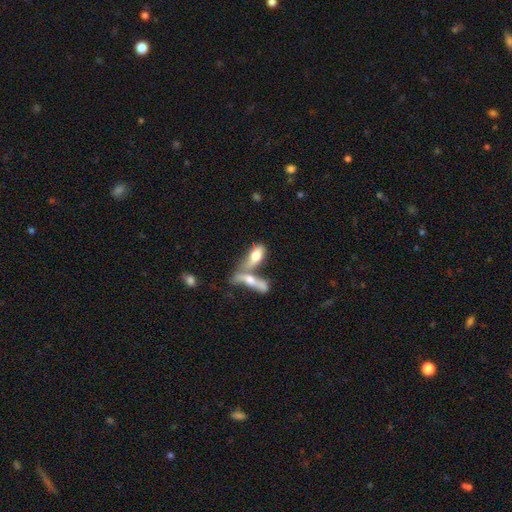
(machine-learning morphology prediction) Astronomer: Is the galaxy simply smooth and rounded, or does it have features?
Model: smooth — 64%.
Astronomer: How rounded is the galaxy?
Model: in between — 73%.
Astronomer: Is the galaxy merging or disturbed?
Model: merger — 63%.